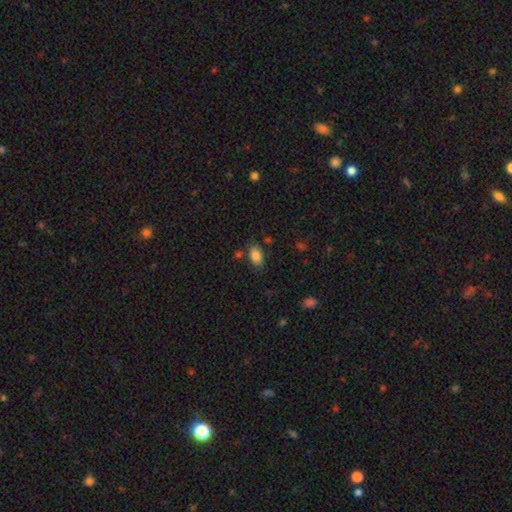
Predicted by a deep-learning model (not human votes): smooth_or_featured: smooth (p=0.85) [alt: star or artifact p=0.09]
how_rounded: in between (p=0.90) [alt: round p=0.08]
merging: none (p=0.78) [alt: minor disturbance p=0.13]